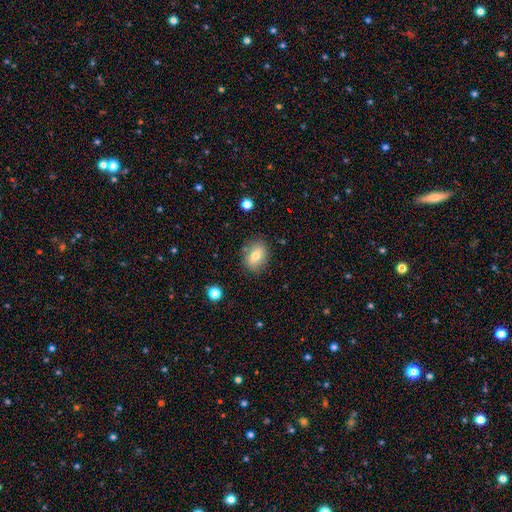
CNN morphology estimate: Smooth or featured? smooth (71%)
How rounded? in between (69%)
Merging? none (81%)